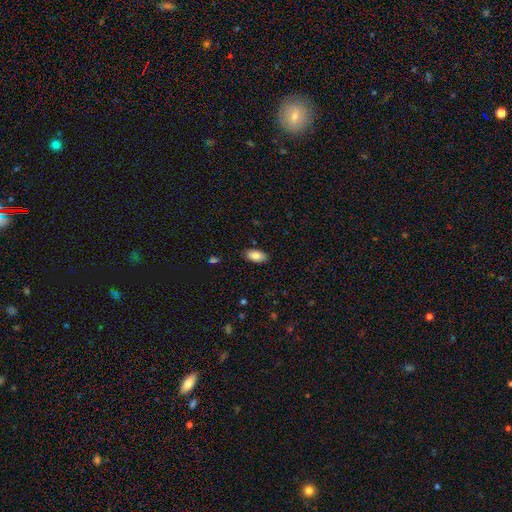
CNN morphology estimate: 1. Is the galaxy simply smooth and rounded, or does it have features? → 87% smooth, 7% star or artifact, 6% featured or disk.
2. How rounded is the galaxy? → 93% in between, 4% cigar-shaped, 3% round.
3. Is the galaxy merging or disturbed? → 86% none, 11% minor disturbance, 2% major disturbance, 1% merger.